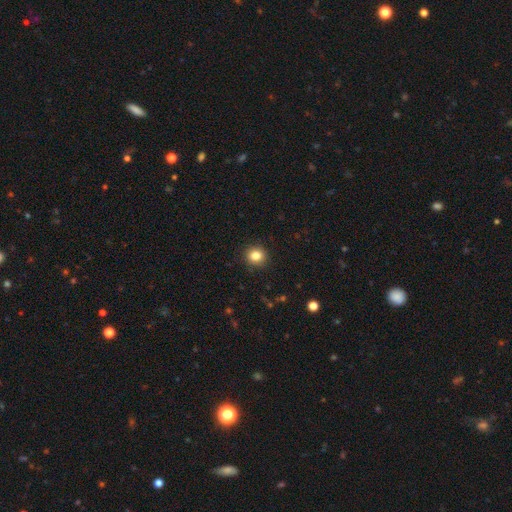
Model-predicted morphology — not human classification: A smooth galaxy with no disk features (84%) that is round (85%). Merging: none (91%).